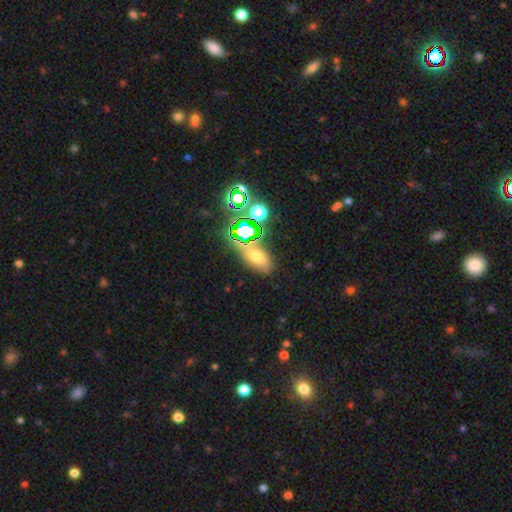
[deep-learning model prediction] smooth 52%, star or artifact 35%, featured or disk 14%. Down the decision tree: how rounded — in between (79%); merging — none (68%).